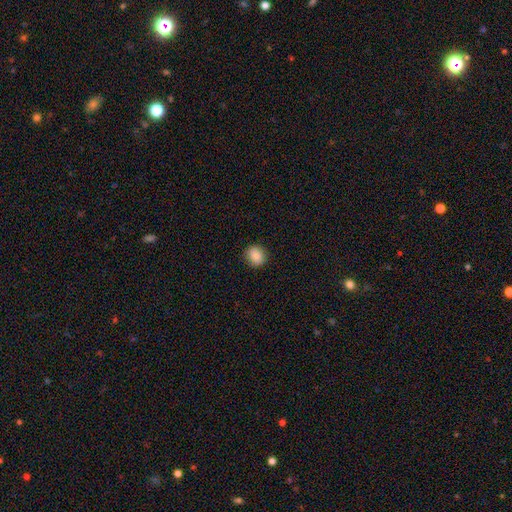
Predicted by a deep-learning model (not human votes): Q: Smooth or featured?
A: smooth (86%); runner-up: star or artifact (9%)
Q: How rounded?
A: round (75%); runner-up: in between (24%)
Q: Merging?
A: none (89%); runner-up: minor disturbance (8%)